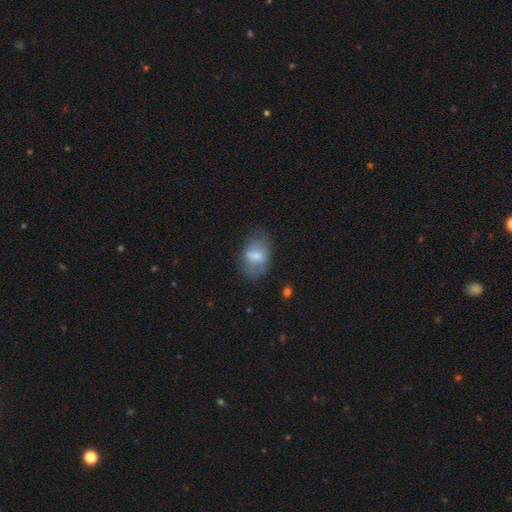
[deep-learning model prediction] A smooth galaxy with no disk features (65%) that is in between round and cigar-shaped (84%). Merging: none (59%).